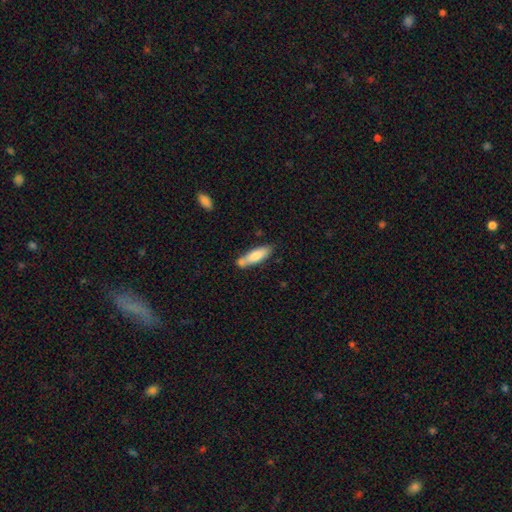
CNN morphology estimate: This appears to be a smooth galaxy with no disk features (77%) that is cigar-shaped (56%). Merging: none (59%).